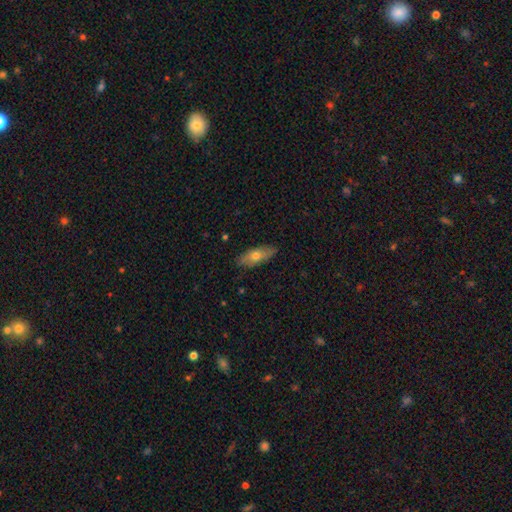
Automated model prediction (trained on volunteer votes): Smooth or featured? smooth (61%)
How rounded? in between (75%)
Merging? none (83%)